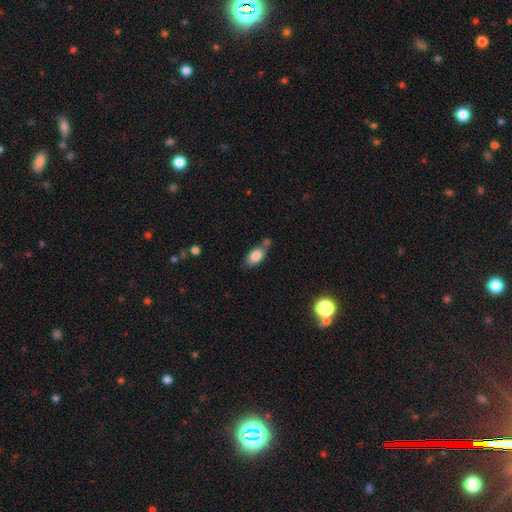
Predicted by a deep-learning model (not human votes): Morphology: type=smooth (80%); roundness=in between (86%); merging=none (49%).